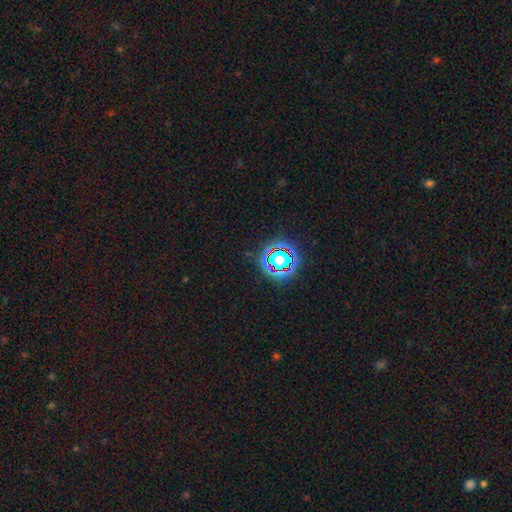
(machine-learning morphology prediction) Smooth or featured? star or artifact (79%)